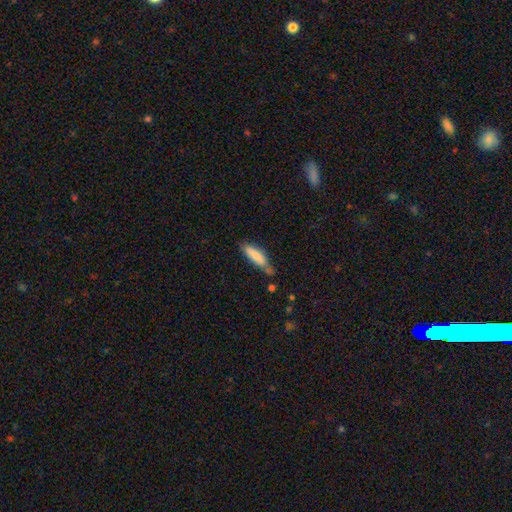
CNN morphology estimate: smooth-or-featured: smooth: 77% | featured or disk: 16% | star or artifact: 6%
  how-rounded: cigar-shaped: 59% | in between: 39% | round: 2%
  merging: none: 53% | minor disturbance: 31% | merger: 9% | major disturbance: 7%